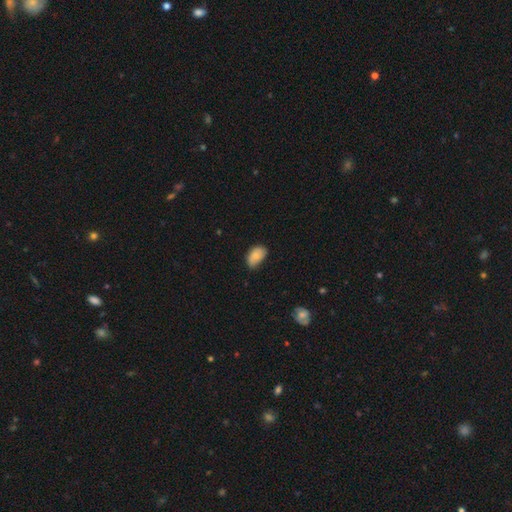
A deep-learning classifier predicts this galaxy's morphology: type=smooth (81%); roundness=in between (91%); merging=none (54%).